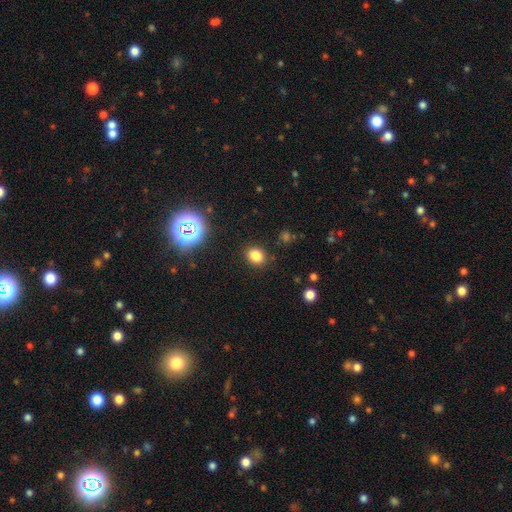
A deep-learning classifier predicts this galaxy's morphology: Q: Smooth or featured?
A: smooth (80%); runner-up: star or artifact (15%)
Q: How rounded?
A: round (56%); runner-up: in between (43%)
Q: Merging?
A: none (88%); runner-up: minor disturbance (8%)